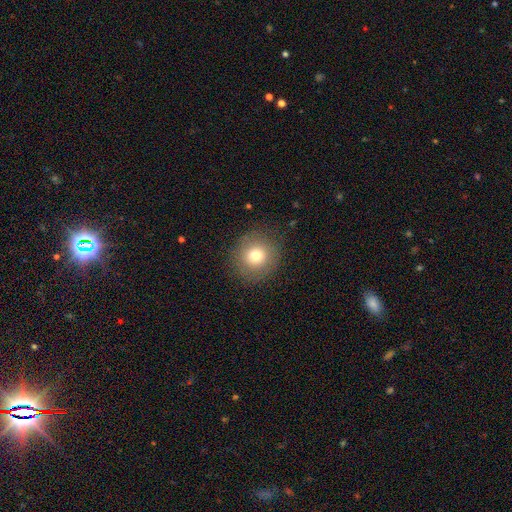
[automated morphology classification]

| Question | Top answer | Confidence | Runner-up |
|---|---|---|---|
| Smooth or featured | smooth | 75% | featured or disk (13%) |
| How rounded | round | 91% | in between (8%) |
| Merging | none | 87% | minor disturbance (9%) |